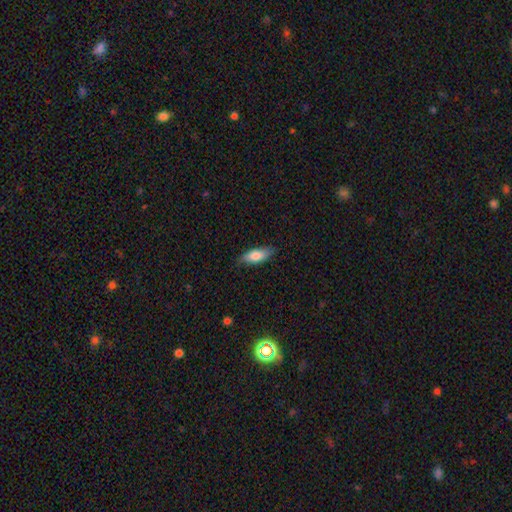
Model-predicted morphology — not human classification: Q: Smooth or featured?
A: smooth (77%); runner-up: featured or disk (17%)
Q: How rounded?
A: in between (70%); runner-up: cigar-shaped (27%)
Q: Merging?
A: none (77%); runner-up: minor disturbance (19%)